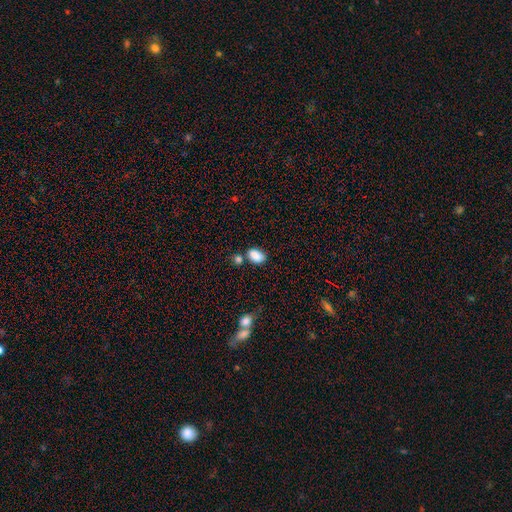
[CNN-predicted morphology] A smooth galaxy with no disk features (86%) that is in between round and cigar-shaped (85%). Merging: none (63%).